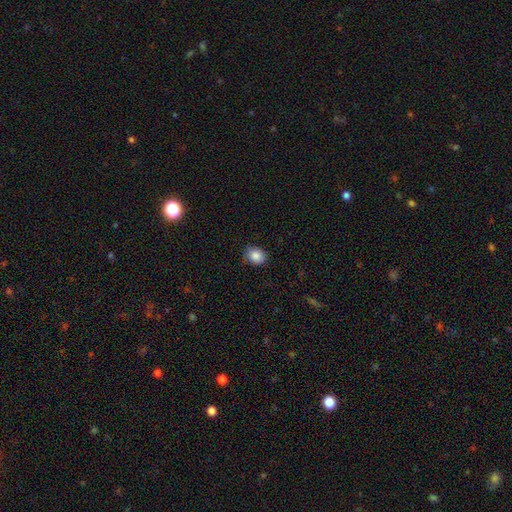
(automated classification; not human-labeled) A smooth galaxy with no disk features (86%) that is round (60%). Merging: none (80%).